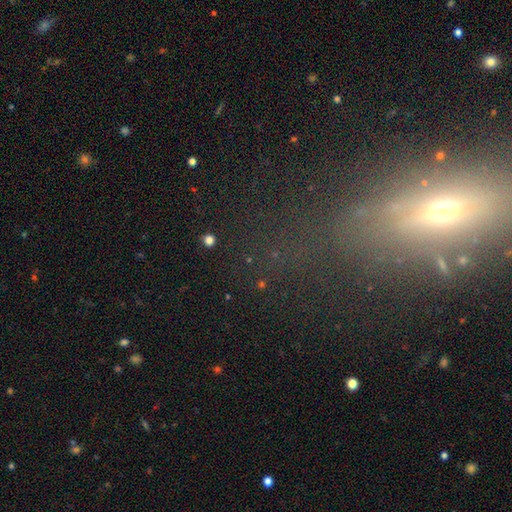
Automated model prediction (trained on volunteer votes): smooth-or-featured: star or artifact: 50% | smooth: 26% | featured or disk: 24%